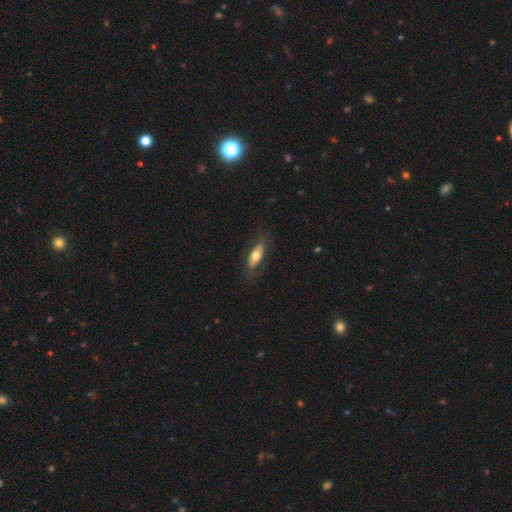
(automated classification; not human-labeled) A smooth galaxy with no disk features (59%) that is in between round and cigar-shaped (77%).

Vote fractions:
- Smooth or featured? smooth: 59% / featured or disk: 35% / star or artifact: 6%
- How rounded? in between: 77% / cigar-shaped: 19% / round: 4%
- Merging? none: 77% / minor disturbance: 15% / major disturbance: 6% / merger: 1%